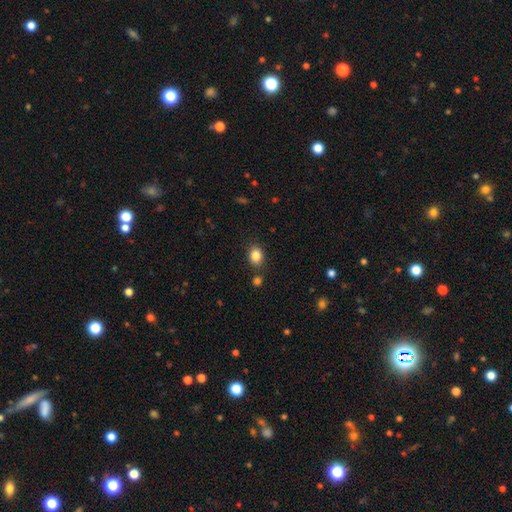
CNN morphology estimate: Smooth or featured? Predicted: smooth (p=0.85). How rounded? Predicted: in between (p=0.56). Merging? Predicted: none (p=0.83).